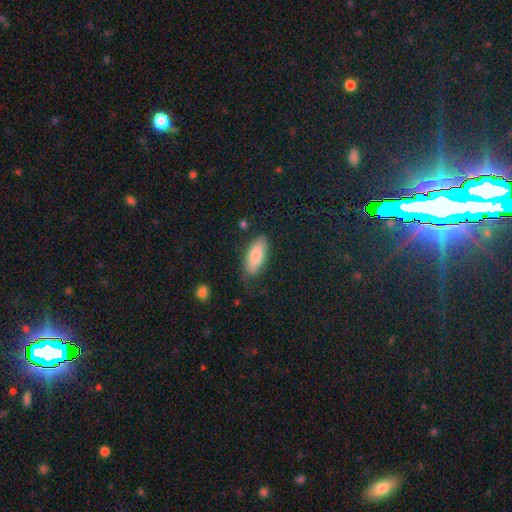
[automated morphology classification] smooth-or-featured: smooth: 82% | featured or disk: 12% | star or artifact: 6%
  how-rounded: in between: 79% | cigar-shaped: 19% | round: 2%
  merging: none: 72% | minor disturbance: 20% | major disturbance: 6% | merger: 2%